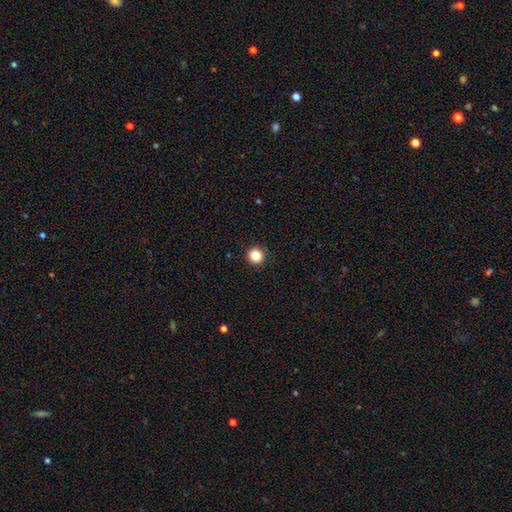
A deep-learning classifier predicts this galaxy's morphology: This appears to be a smooth galaxy with no disk features (85%) that is round (94%). Merging: none (92%).